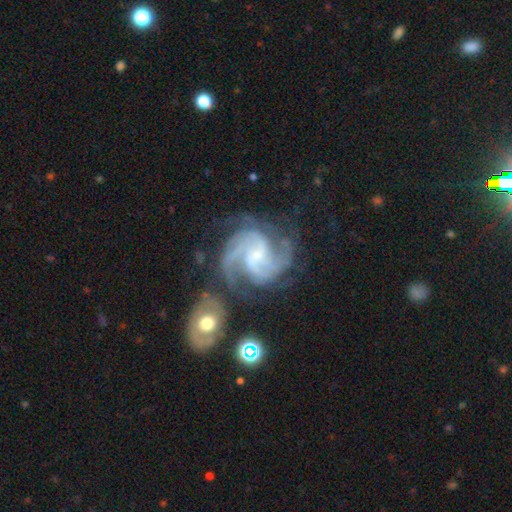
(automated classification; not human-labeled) Smooth or featured? Predicted: featured or disk (p=0.91). Edge-on disk? Predicted: no (p=0.98). Bar? Predicted: no (p=0.49). Spiral arms? Predicted: yes (p=0.98). Spiral winding? Predicted: medium (p=0.50). Spiral arm count? Predicted: 3 (p=0.43). Bulge size? Predicted: small (p=0.72). Merging? Predicted: none (p=0.61).